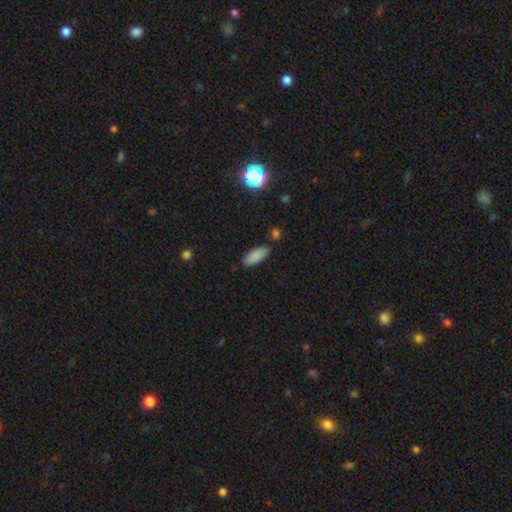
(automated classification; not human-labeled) This is clearly a smooth galaxy (87%). How rounded: likely in between (76%). Merging: clearly none (83%).